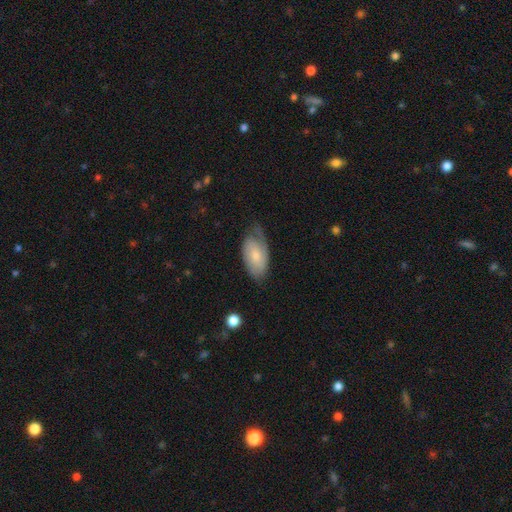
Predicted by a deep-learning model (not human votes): Smooth or featured? smooth (48%)
Merging? none (52%)